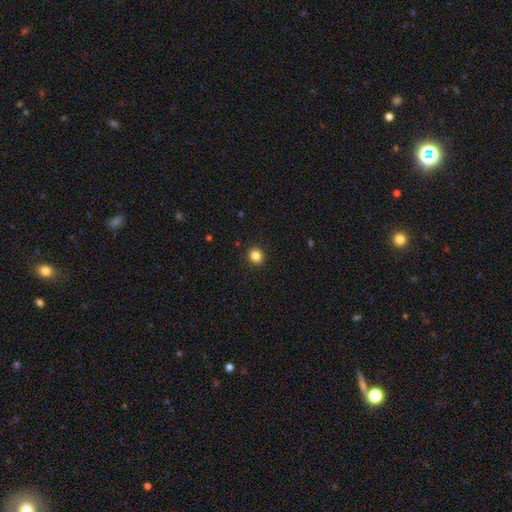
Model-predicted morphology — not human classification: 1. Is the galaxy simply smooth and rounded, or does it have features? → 85% smooth, 11% star or artifact, 4% featured or disk.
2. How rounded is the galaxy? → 79% round, 21% in between, 1% cigar-shaped.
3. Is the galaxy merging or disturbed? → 91% none, 6% minor disturbance, 2% major disturbance, 1% merger.